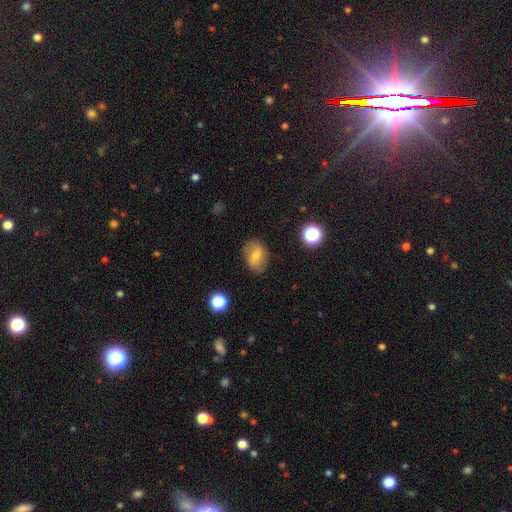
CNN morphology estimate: The model was most divided on "smooth or featured": smooth: 60%, featured or disk: 29%, star or artifact: 11%. More confident: merging — none (82%); how rounded — in between (69%).